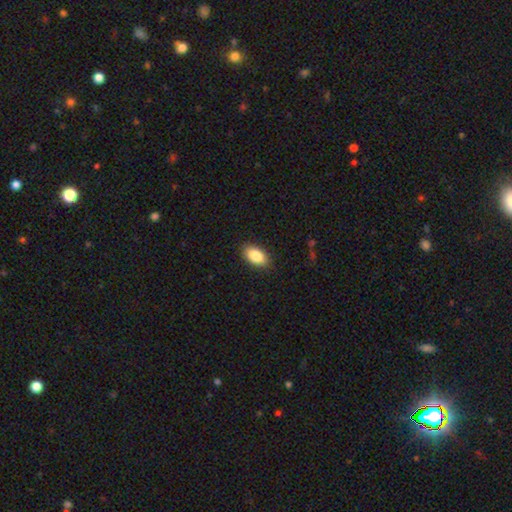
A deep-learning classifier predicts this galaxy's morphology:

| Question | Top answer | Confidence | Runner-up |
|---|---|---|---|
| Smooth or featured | smooth | 86% | star or artifact (7%) |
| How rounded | in between | 93% | round (4%) |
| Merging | none | 88% | minor disturbance (9%) |